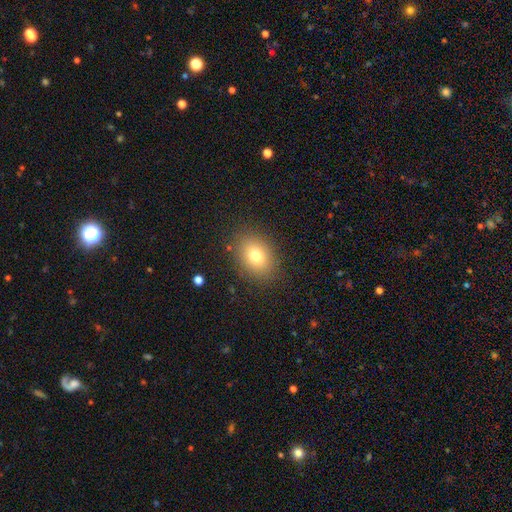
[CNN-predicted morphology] This is likely a smooth galaxy (77%). How rounded: likely in between (64%). Merging: clearly none (86%).